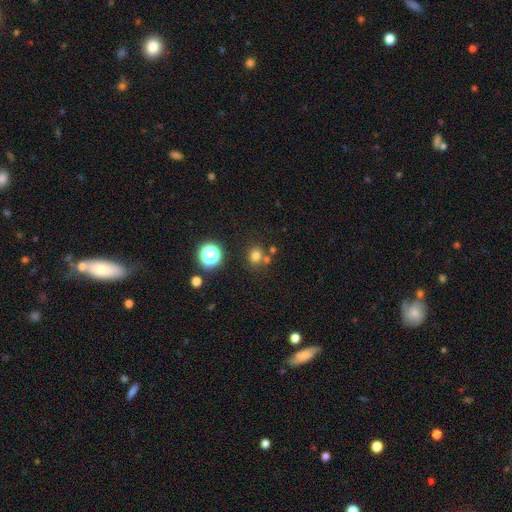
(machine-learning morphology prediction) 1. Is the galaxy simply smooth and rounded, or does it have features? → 74% smooth, 19% star or artifact, 7% featured or disk.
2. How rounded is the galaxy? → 74% round, 25% in between, 1% cigar-shaped.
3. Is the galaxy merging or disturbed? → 69% none, 17% merger, 10% minor disturbance, 4% major disturbance.